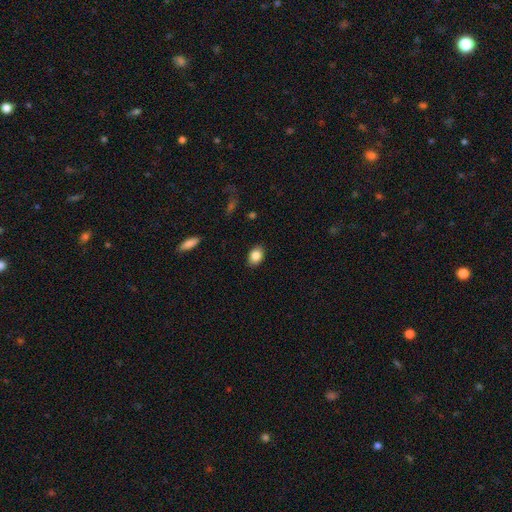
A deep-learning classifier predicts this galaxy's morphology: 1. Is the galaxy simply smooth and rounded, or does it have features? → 85% smooth, 8% star or artifact, 7% featured or disk.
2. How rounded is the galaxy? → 77% in between, 22% round, 1% cigar-shaped.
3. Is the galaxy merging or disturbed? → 87% none, 10% minor disturbance, 2% major disturbance, 1% merger.